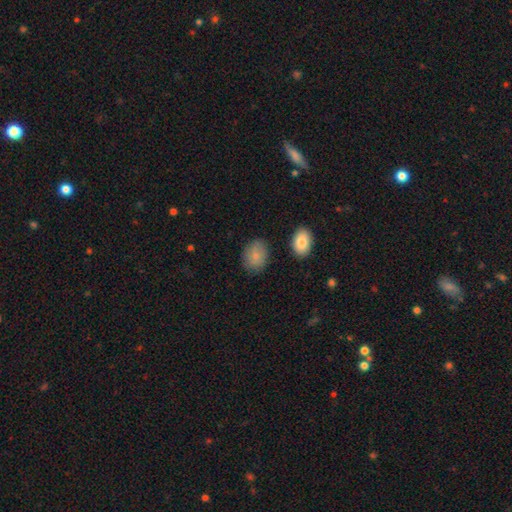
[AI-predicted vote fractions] The model was most divided on "how rounded": in between: 71%, round: 28%, cigar-shaped: 1%. More confident: smooth or featured — smooth (86%); merging — none (79%).